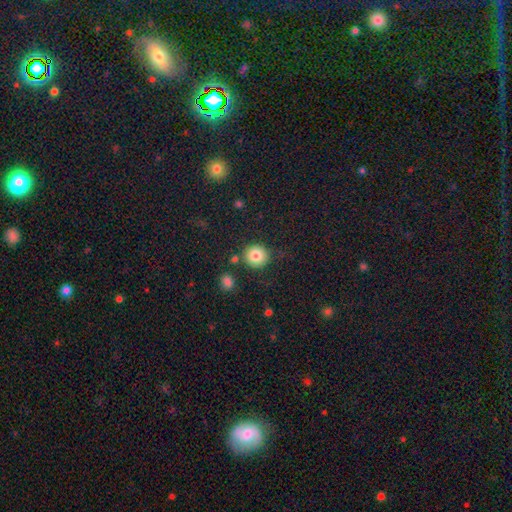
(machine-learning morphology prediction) Smooth or featured: smooth — 82% (star or artifact — 10%)
How rounded: round — 91% (in between — 8%)
Merging: none — 83% (minor disturbance — 9%)